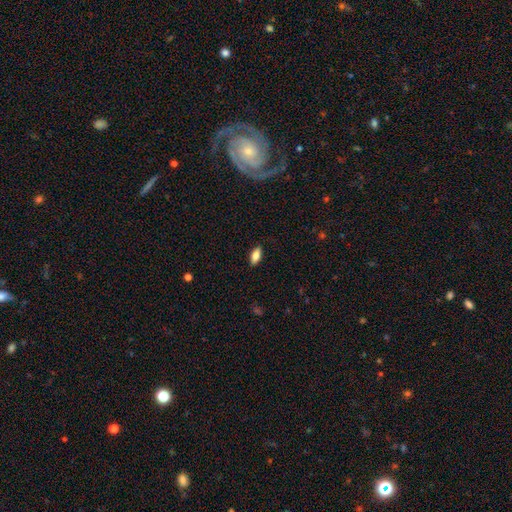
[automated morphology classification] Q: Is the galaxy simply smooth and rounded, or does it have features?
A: smooth — 75%.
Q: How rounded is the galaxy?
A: in between — 82%.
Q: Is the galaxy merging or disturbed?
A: none — 88%.